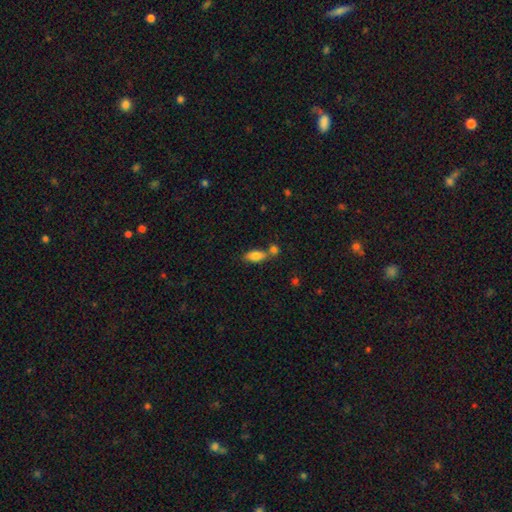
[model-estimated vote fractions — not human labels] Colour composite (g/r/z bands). It shows a smooth galaxy with no disk features (81%) that is in between round and cigar-shaped (84%). Merging: none (49%).